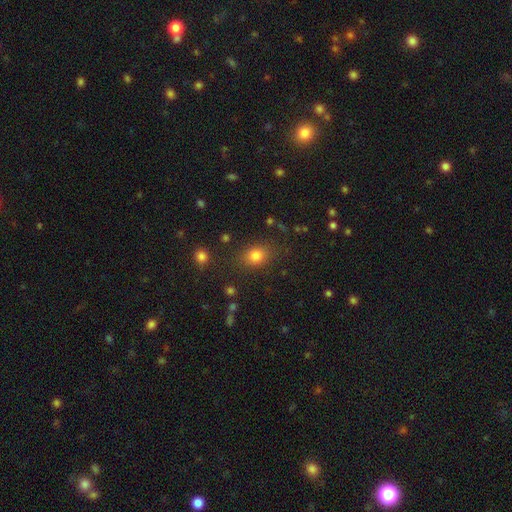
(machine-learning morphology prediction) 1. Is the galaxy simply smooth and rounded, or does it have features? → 81% smooth, 13% star or artifact, 7% featured or disk.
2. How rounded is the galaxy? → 50% round, 49% in between, 1% cigar-shaped.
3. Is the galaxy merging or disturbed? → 80% none, 12% minor disturbance, 5% major disturbance, 3% merger.